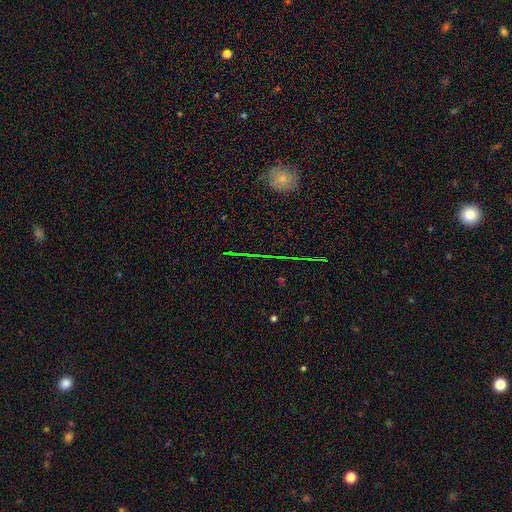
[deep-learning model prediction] Smooth or featured? Predicted: star or artifact (p=0.72).